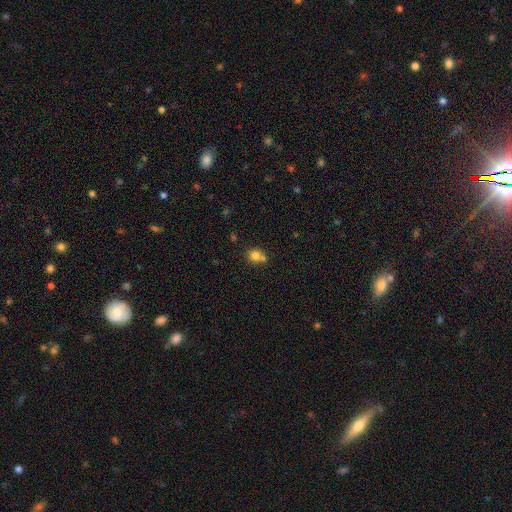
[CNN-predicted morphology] The model was most divided on "merging": none: 51%, merger: 36%, minor disturbance: 10%, major disturbance: 3%. More confident: how rounded — round (83%); smooth or featured — smooth (78%).